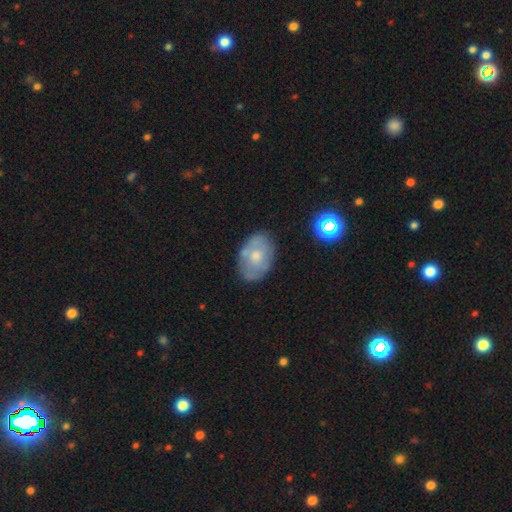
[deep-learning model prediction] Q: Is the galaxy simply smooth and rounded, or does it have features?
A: smooth — 53%.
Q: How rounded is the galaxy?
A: in between — 80%.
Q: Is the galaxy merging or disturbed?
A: none — 75%.